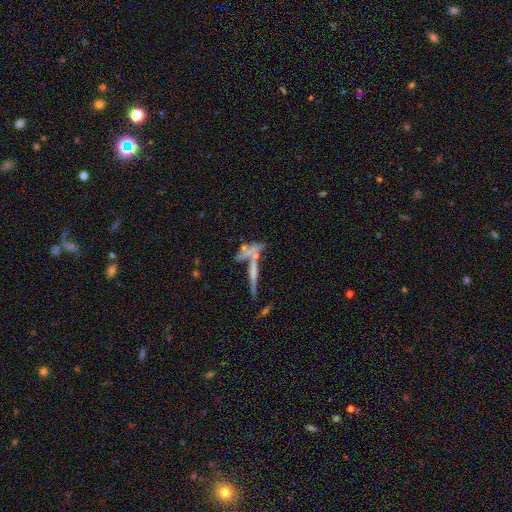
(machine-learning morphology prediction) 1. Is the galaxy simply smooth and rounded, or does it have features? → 46% smooth, 44% featured or disk, 10% star or artifact.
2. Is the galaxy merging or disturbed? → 52% none, 31% merger, 11% minor disturbance, 5% major disturbance.